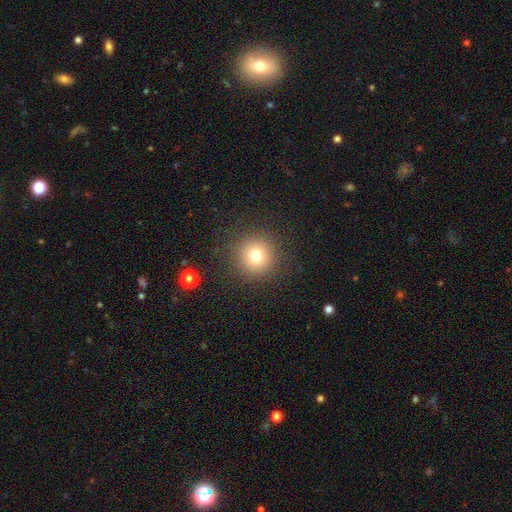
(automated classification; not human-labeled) smooth_or_featured: smooth (p=0.75) [alt: star or artifact p=0.15]
how_rounded: round (p=0.95) [alt: in between p=0.04]
merging: none (p=0.89) [alt: minor disturbance p=0.06]